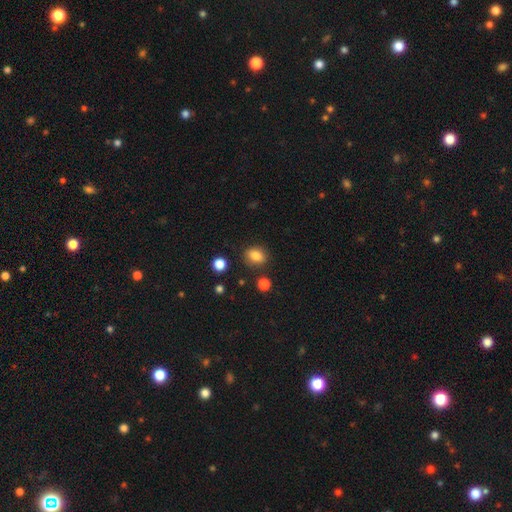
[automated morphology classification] smooth 84%, star or artifact 11%, featured or disk 6%. Down the decision tree: how rounded — in between (54%); merging — none (84%).